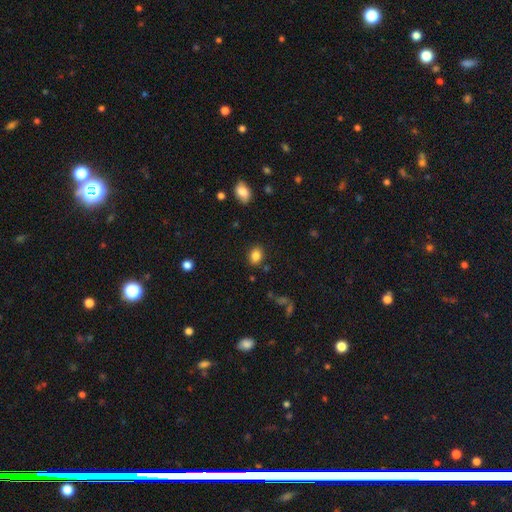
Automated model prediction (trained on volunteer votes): Smooth or featured? Predicted: smooth (p=0.85). How rounded? Predicted: in between (p=0.59). Merging? Predicted: none (p=0.86).